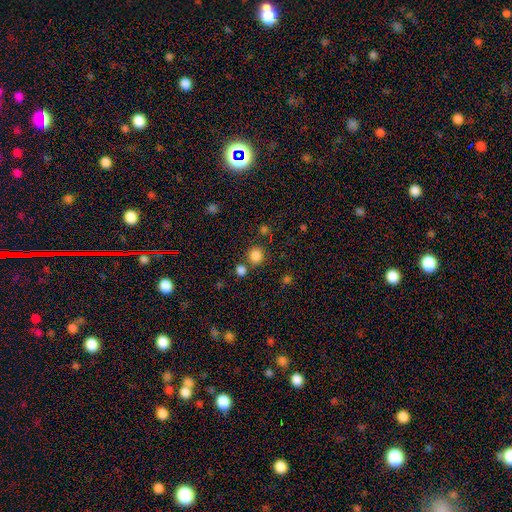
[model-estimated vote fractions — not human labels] A smooth galaxy with no disk features (83%) that is round (88%). Merging: none (76%).